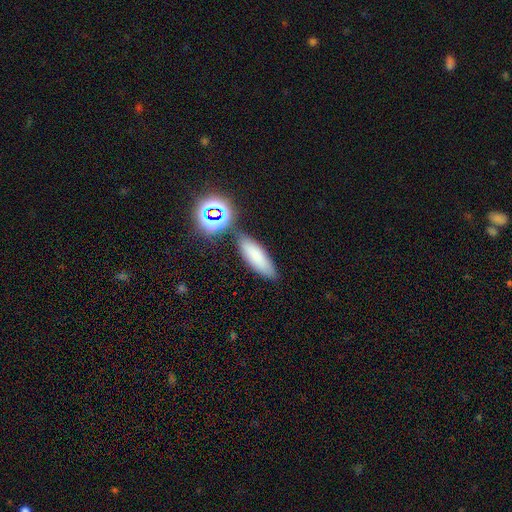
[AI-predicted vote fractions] Smooth or featured? Predicted: smooth (p=0.76). How rounded? Predicted: in between (p=0.55). Merging? Predicted: none (p=0.77).